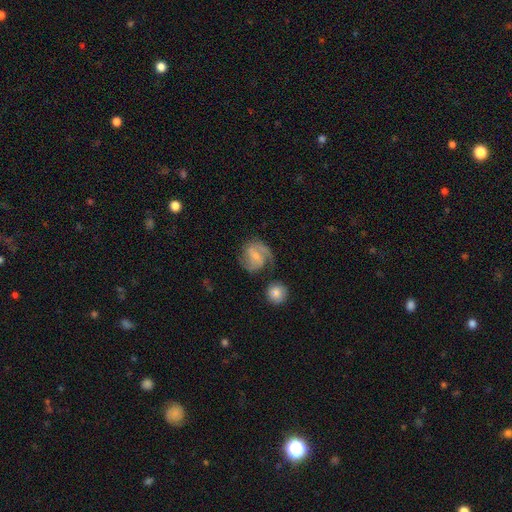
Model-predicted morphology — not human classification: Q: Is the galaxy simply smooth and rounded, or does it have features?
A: featured or disk — 80%.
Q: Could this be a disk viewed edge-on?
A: no — 98%.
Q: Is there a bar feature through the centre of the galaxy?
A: weak — 53%.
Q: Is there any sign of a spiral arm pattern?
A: yes — 95%.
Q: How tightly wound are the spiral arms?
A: medium — 52%.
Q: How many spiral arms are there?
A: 2 — 75%.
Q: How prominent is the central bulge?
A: small — 61%.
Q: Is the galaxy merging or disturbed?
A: none — 66%.